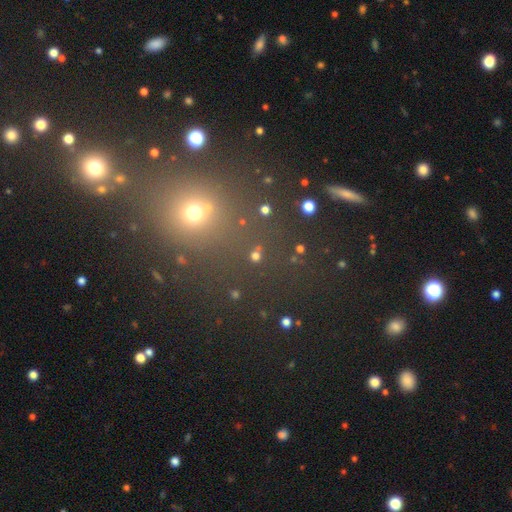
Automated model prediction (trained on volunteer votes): Morphology: type=star or artifact (48%).